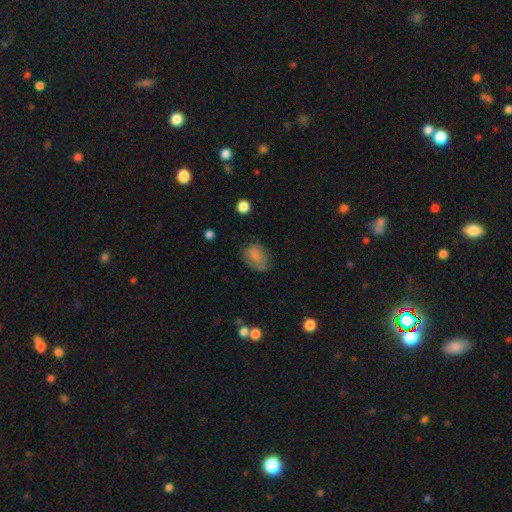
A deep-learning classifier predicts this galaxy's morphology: type=smooth (77%); roundness=in between (72%); merging=none (63%).